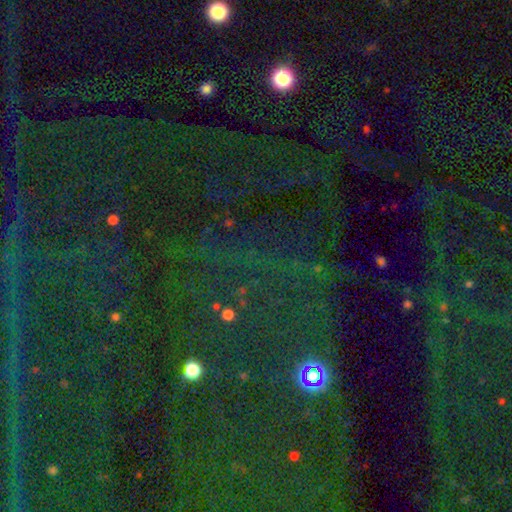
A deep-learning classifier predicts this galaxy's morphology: Overall: star or artifact (77%).